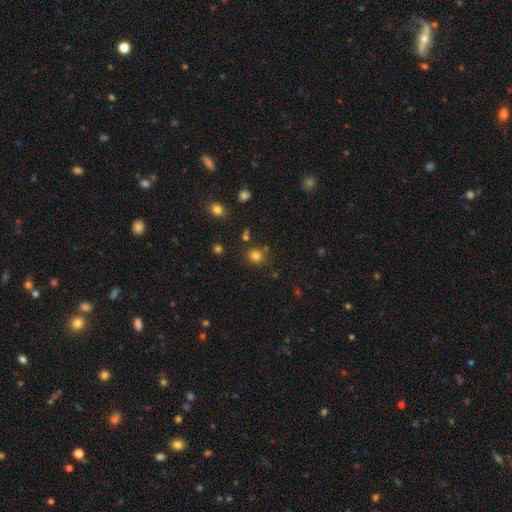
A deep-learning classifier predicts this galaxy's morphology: Smooth or featured?
  - smooth: 80% *
  - star or artifact: 14%
  - featured or disk: 6%
How rounded?
  - round: 83% *
  - in between: 16%
  - cigar-shaped: 1%
Merging?
  - none: 79% *
  - minor disturbance: 10%
  - merger: 7%
  - major disturbance: 4%